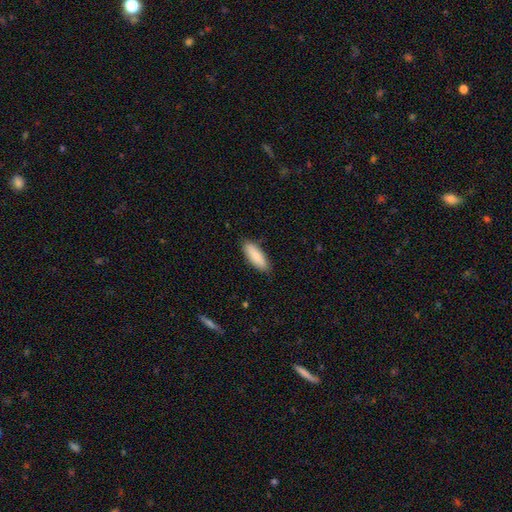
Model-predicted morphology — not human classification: Smooth or featured: smooth — 87% (featured or disk — 7%)
How rounded: in between — 61% (cigar-shaped — 38%)
Merging: none — 86% (minor disturbance — 11%)